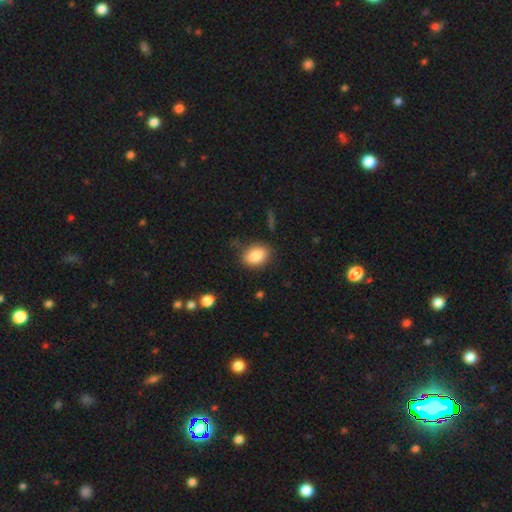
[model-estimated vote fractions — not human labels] Smooth or featured?
  - smooth: 86% *
  - star or artifact: 8%
  - featured or disk: 6%
How rounded?
  - in between: 79% *
  - round: 20%
  - cigar-shaped: 2%
Merging?
  - none: 78% *
  - minor disturbance: 16%
  - major disturbance: 4%
  - merger: 2%